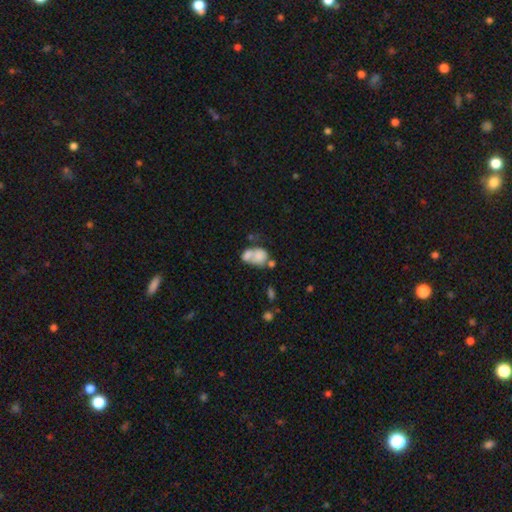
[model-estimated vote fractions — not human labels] This appears to be a smooth galaxy with no disk features (68%) that is in between round and cigar-shaped (66%). Merging: merger (60%).